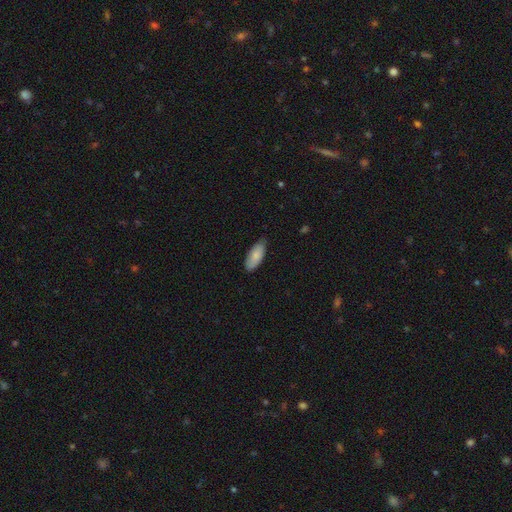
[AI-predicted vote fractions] This is clearly a smooth galaxy (83%). How rounded: clearly in between (86%). Merging: likely none (74%).